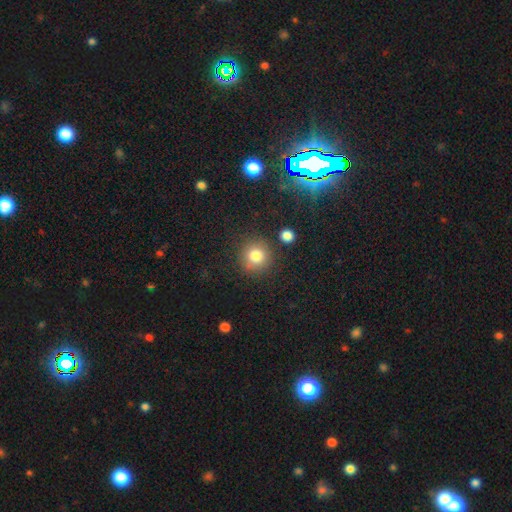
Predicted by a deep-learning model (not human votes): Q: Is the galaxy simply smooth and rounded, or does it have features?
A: smooth — 81%.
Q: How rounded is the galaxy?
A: round — 92%.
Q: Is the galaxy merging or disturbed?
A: none — 83%.